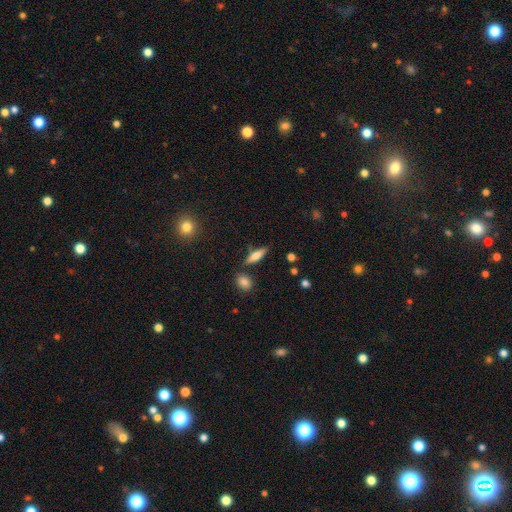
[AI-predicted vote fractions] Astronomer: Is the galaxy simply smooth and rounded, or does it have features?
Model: smooth — 59%.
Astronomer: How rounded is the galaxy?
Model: cigar-shaped — 57% (runner-up: in between, 40%).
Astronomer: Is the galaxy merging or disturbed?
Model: none — 79%.